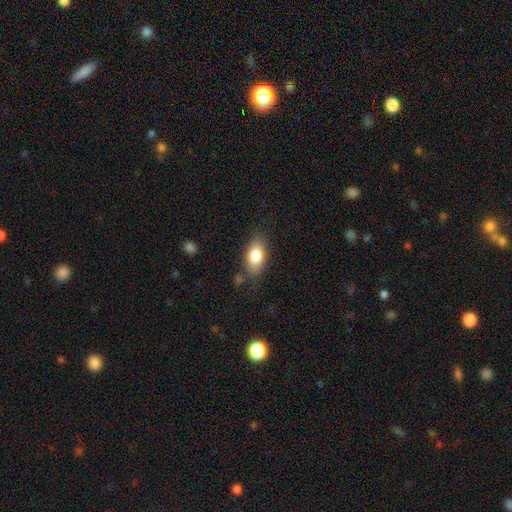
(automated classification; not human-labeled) Smooth or featured: smooth — 81% (featured or disk — 12%)
How rounded: in between — 90% (round — 6%)
Merging: none — 78% (minor disturbance — 15%)